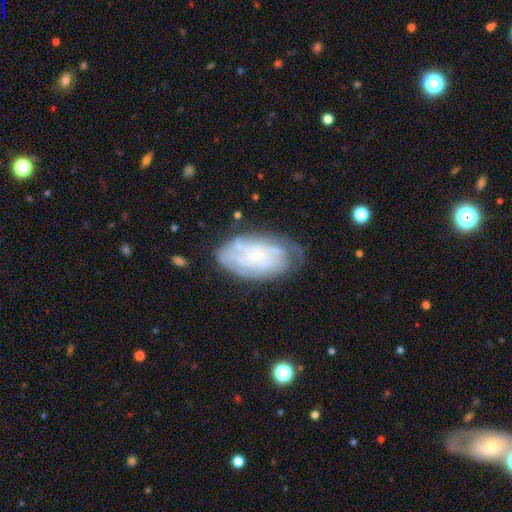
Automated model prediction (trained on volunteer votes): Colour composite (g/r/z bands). It shows a featured or disk galaxy (72%) with no bar (74%), tight (70%) spiral arms (85%) and a small central bulge (75%). Merging: none (64%).